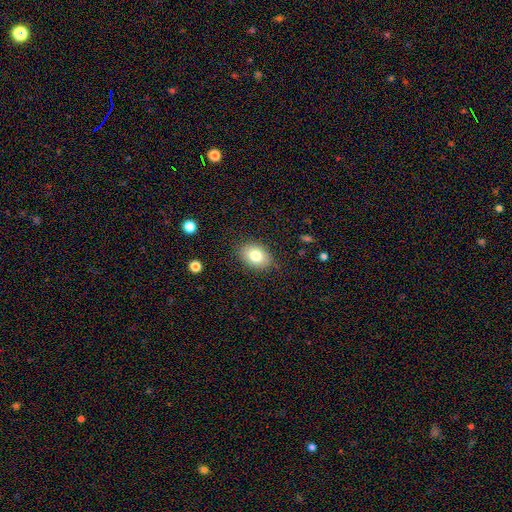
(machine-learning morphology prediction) A smooth galaxy with no disk features (80%) that is in between round and cigar-shaped (70%). Merging: none (84%).